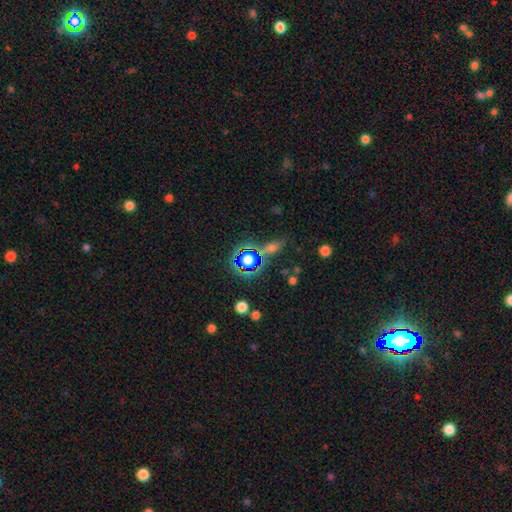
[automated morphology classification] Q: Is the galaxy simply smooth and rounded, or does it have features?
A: star or artifact — 73%.